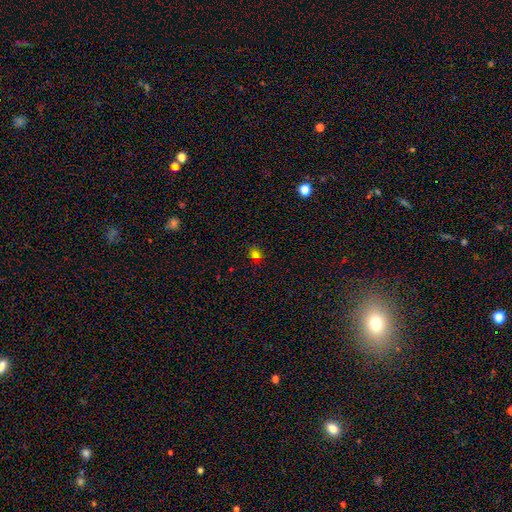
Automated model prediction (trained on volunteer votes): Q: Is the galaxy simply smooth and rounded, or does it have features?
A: smooth — 73%.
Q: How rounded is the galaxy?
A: round — 63%.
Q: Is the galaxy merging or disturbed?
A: none — 83%.